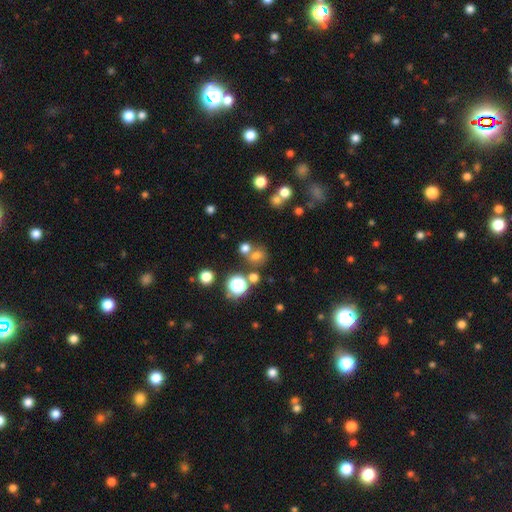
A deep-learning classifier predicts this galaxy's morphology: smooth_or_featured: smooth (p=0.65) [alt: star or artifact p=0.25]
how_rounded: round (p=0.75) [alt: in between p=0.24]
merging: none (p=0.59) [alt: merger p=0.25]